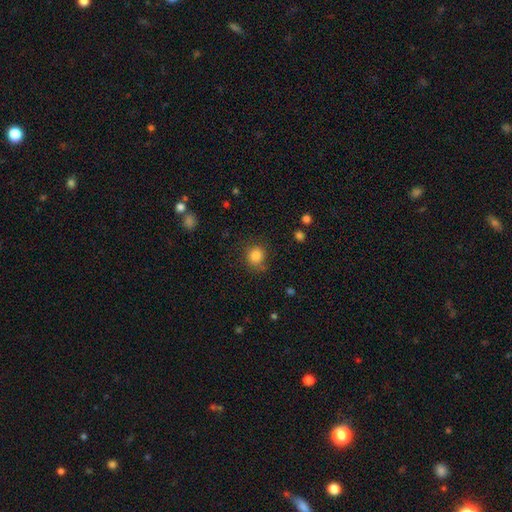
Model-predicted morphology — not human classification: A smooth galaxy with no disk features (83%) that is round (84%). Merging: none (74%).